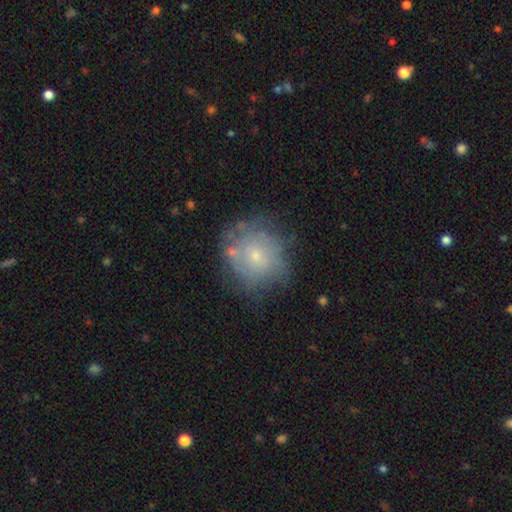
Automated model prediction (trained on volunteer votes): Smooth or featured? Predicted: smooth (p=0.48). Merging? Predicted: none (p=0.64).